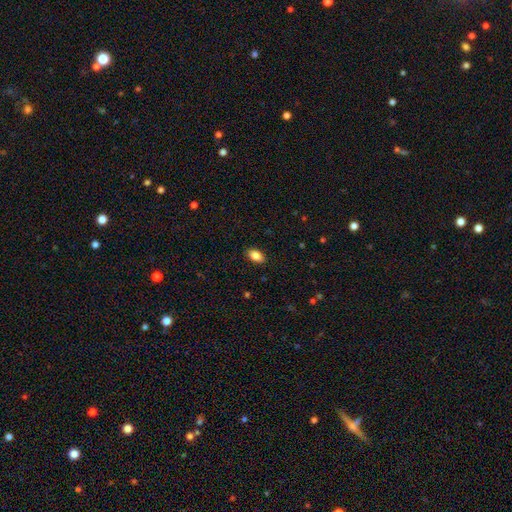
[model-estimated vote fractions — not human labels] A smooth galaxy with no disk features (85%) that is in between round and cigar-shaped (92%).

Vote fractions:
- Smooth or featured? smooth: 85% / star or artifact: 8% / featured or disk: 7%
- How rounded? in between: 92% / round: 6% / cigar-shaped: 3%
- Merging? none: 89% / minor disturbance: 8% / major disturbance: 2% / merger: 1%